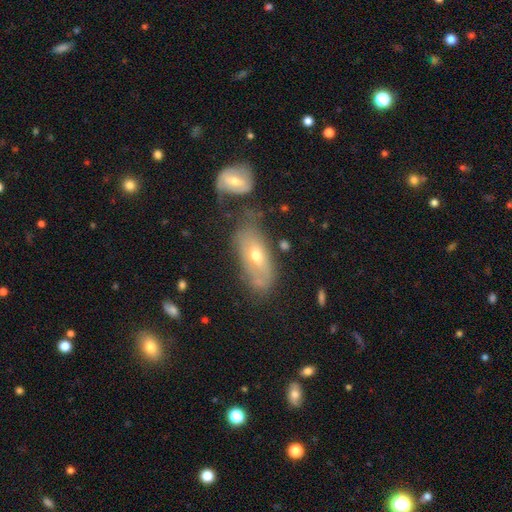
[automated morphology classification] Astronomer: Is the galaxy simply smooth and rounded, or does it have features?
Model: featured or disk — 46% (runner-up: smooth, 45%).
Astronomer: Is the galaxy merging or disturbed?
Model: none — 46% (runner-up: minor disturbance, 25%).